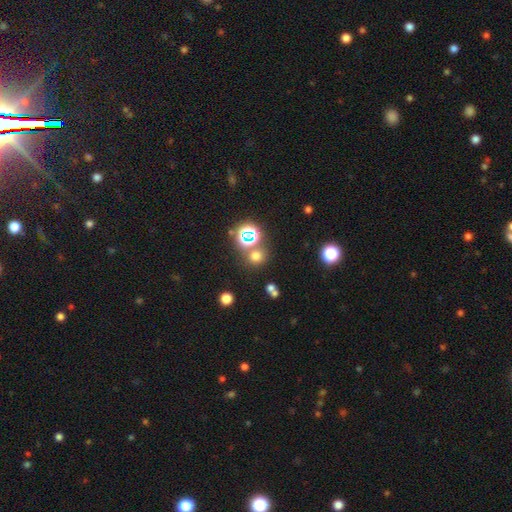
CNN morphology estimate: This appears to be a smooth galaxy with no disk features (60%) that is round (85%). Merging: none (73%).